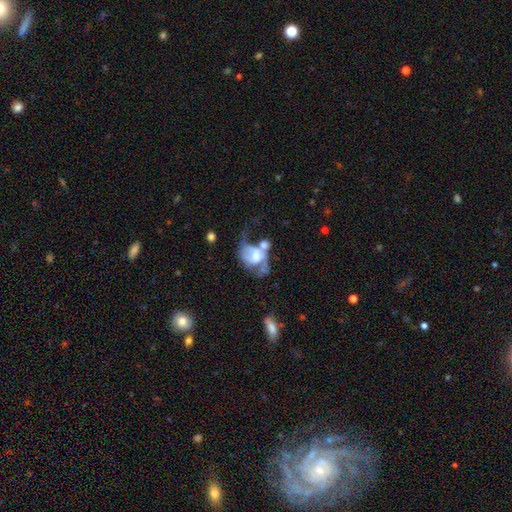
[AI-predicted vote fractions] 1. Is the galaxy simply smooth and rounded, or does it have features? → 62% featured or disk, 30% smooth, 8% star or artifact.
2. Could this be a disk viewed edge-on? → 97% no, 3% yes.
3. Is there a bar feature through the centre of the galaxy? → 62% no, 30% weak, 9% strong.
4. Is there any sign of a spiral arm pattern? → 64% yes, 36% no.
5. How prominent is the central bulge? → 51% moderate, 24% small, 15% large, 8% none, 2% dominant.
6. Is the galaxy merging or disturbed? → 38% merger, 30% major disturbance, 18% none, 14% minor disturbance.